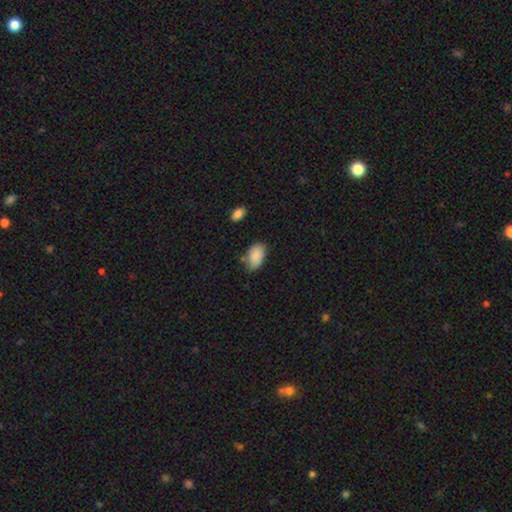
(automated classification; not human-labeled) Morphology: type=smooth (86%); roundness=in between (92%); merging=none (63%).